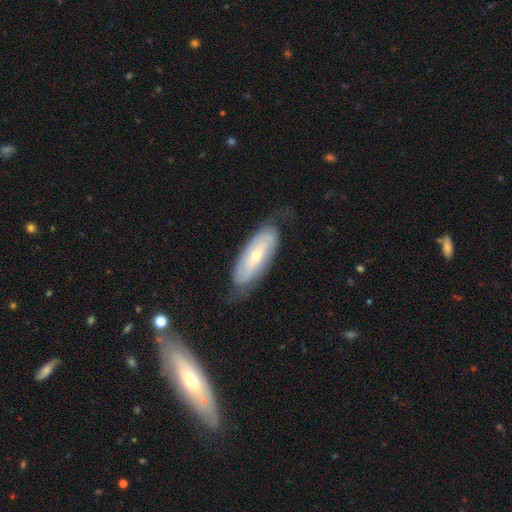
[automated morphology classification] smooth-or-featured: featured or disk: 68% | smooth: 26% | star or artifact: 6%
  disk-edge-on: no: 86% | yes: 14%
    bar: no: 64% | weak: 26% | strong: 10%
    has-spiral-arms: yes: 83% | no: 17%
    bulge-size: small: 55% | moderate: 41% | large: 2% | none: 1% | dominant: 1%
  merging: none: 68% | minor disturbance: 22% | major disturbance: 9% | merger: 1%